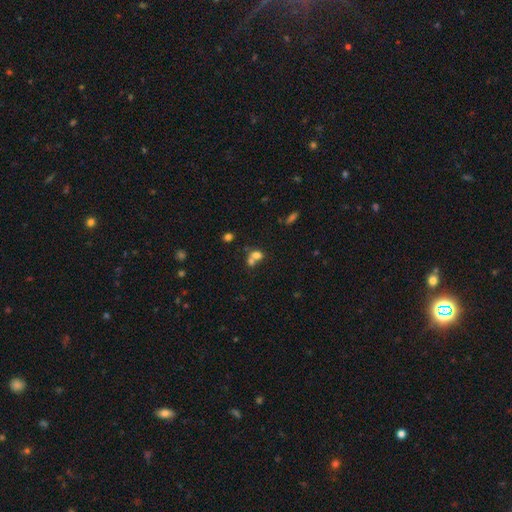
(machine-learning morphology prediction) Smooth or featured? Predicted: smooth (p=0.70). How rounded? Predicted: round (p=0.53). Merging? Predicted: merger (p=0.61).